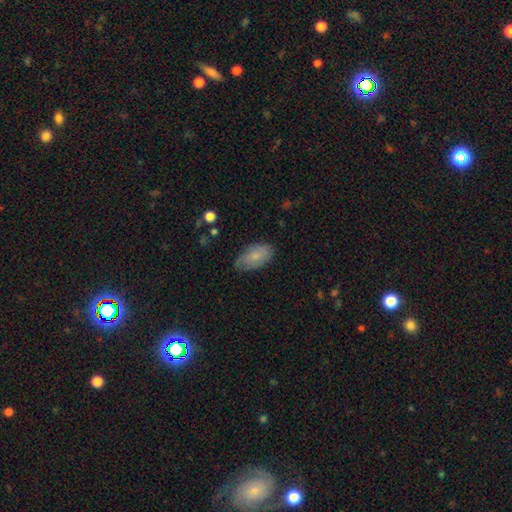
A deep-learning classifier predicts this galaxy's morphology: type=smooth (75%); roundness=in between (93%); merging=none (69%).